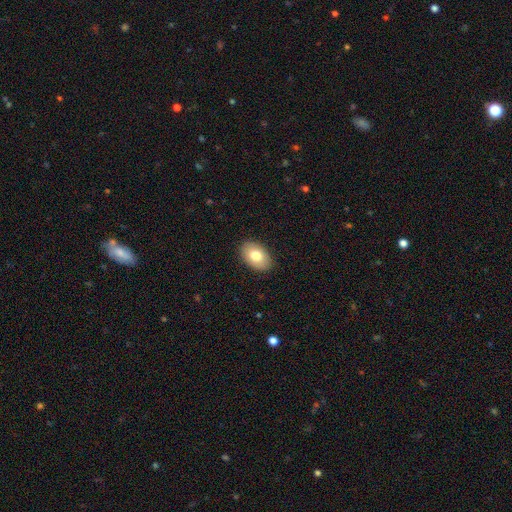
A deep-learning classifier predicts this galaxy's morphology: smooth 78%, featured or disk 16%, star or artifact 7%. Down the decision tree: how rounded — in between (90%); merging — none (89%).